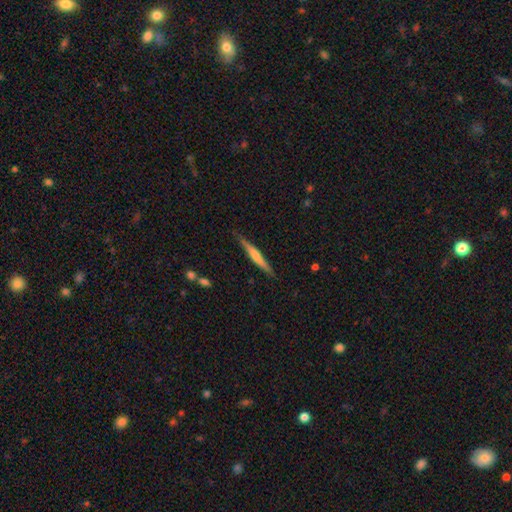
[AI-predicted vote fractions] Morphology: type=featured or disk (47%, tied with smooth); merging=none (84%).